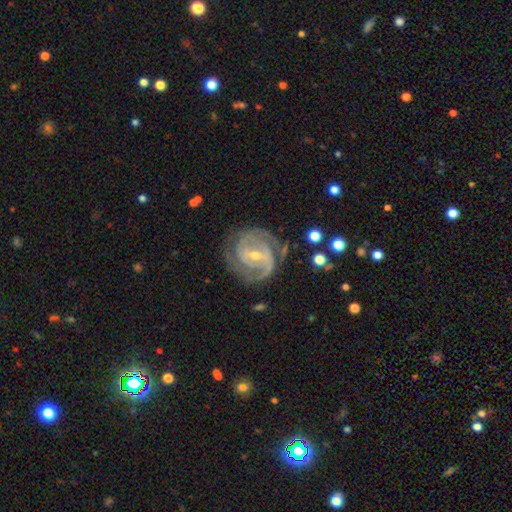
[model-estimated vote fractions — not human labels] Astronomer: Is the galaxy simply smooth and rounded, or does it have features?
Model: featured or disk — 91%.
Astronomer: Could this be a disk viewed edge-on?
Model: no — 97%.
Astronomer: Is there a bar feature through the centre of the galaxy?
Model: weak — 43% (runner-up: strong, 40%).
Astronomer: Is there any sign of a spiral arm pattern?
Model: yes — 98%.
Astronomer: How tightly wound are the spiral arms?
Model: tight — 64%.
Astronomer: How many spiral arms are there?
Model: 2 — 53%.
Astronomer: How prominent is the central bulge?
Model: small — 55% (runner-up: moderate, 42%).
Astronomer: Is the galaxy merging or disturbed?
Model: none — 75%.